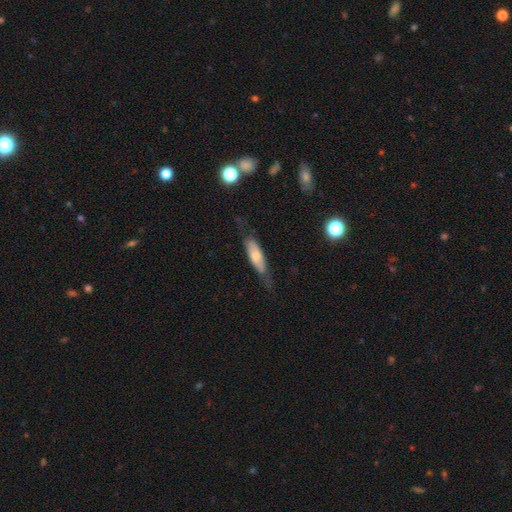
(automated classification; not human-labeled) Smooth or featured? Predicted: smooth (p=0.59). How rounded? Predicted: cigar-shaped (p=0.50). Merging? Predicted: none (p=0.59).